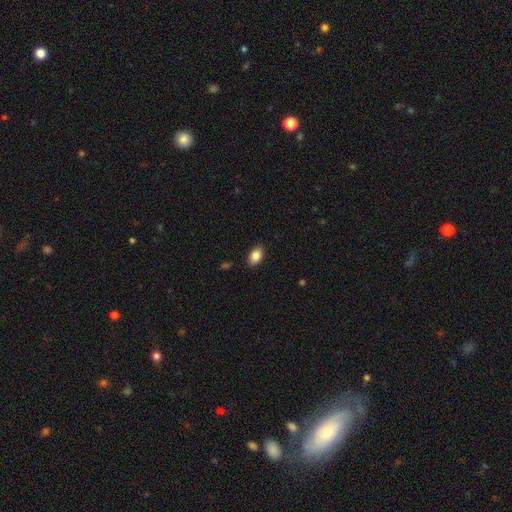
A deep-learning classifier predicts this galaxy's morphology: type=smooth (84%); roundness=in between (88%); merging=none (88%).